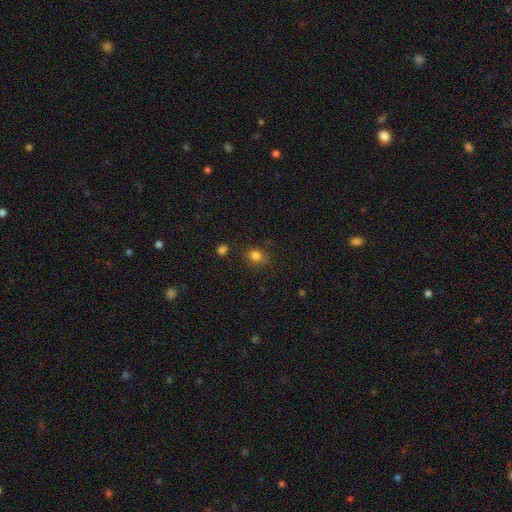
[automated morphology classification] A smooth galaxy with no disk features (81%) that is round (58%). Merging: none (79%).